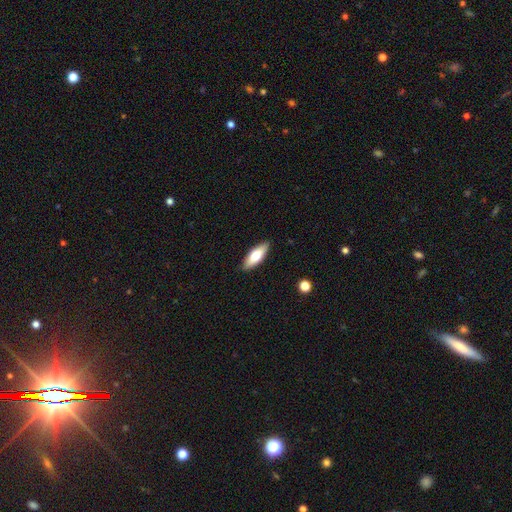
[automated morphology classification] smooth_or_featured: smooth (p=0.68) [alt: featured or disk p=0.27]
how_rounded: in between (p=0.67) [alt: cigar-shaped p=0.31]
merging: none (p=0.89) [alt: minor disturbance p=0.08]